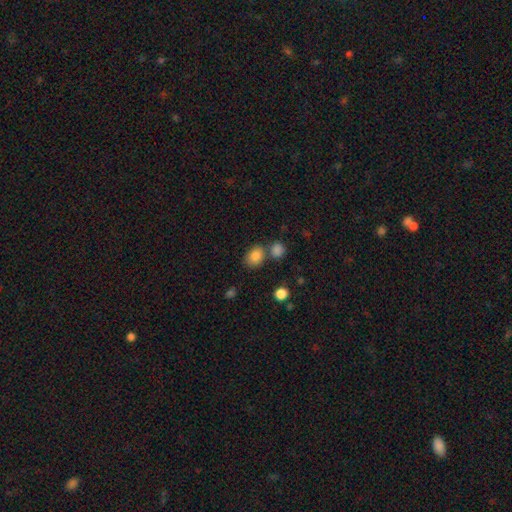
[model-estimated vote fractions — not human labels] Morphology: type=smooth (84%); roundness=in between (56%); merging=none (64%).